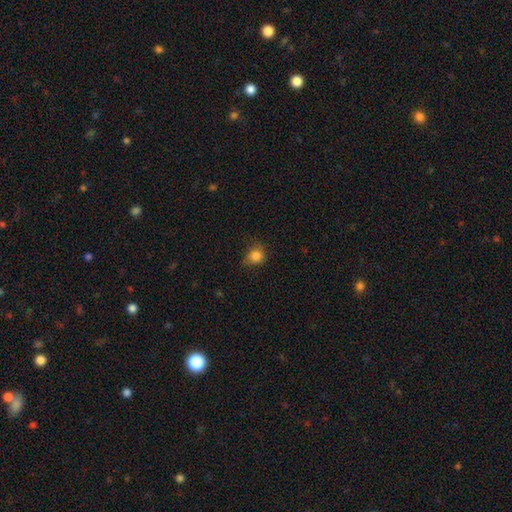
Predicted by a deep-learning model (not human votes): Overall: smooth (83%). How rounded: round (72%). Merging: none (56%; minor disturbance 32%).